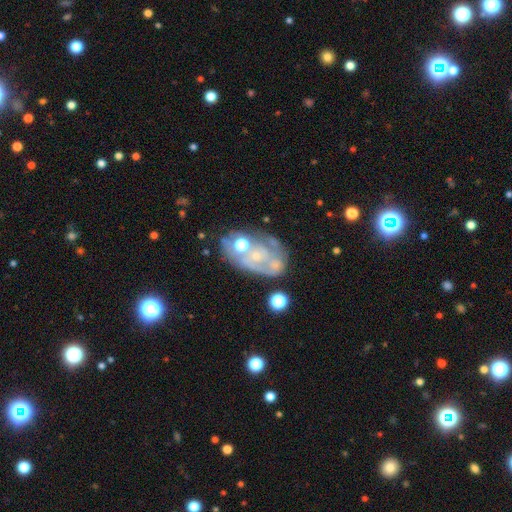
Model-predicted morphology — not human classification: This is likely a featured or disk galaxy (68%). It is clearly not viewed edge-on (96%). Bar: clearly no (82%). Spiral arm pattern: possibly no (51%). Central bulge: possibly small (53%). Merging: possibly none (46%).